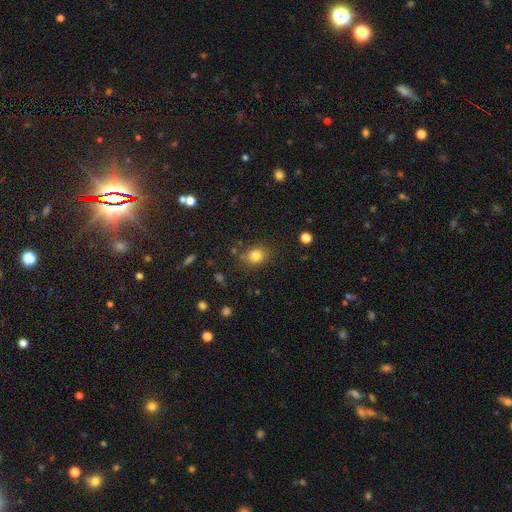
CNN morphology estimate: Smooth or featured?
  - smooth: 81% *
  - star or artifact: 12%
  - featured or disk: 7%
How rounded?
  - round: 61% *
  - in between: 38%
  - cigar-shaped: 1%
Merging?
  - none: 78% *
  - minor disturbance: 14%
  - major disturbance: 4%
  - merger: 4%